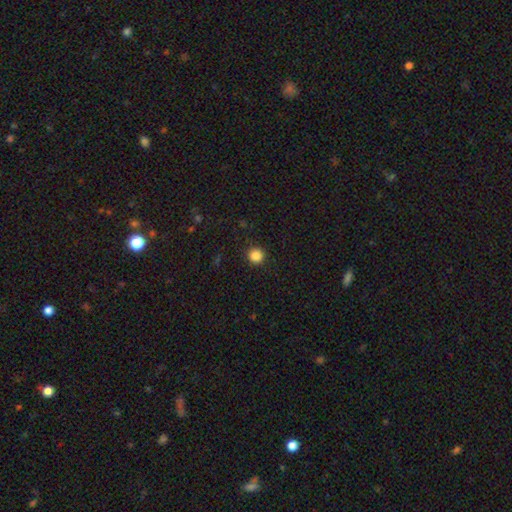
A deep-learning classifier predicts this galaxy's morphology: Smooth or featured?
  - smooth: 86% *
  - star or artifact: 11%
  - featured or disk: 3%
How rounded?
  - round: 95% *
  - in between: 4%
  - cigar-shaped: 1%
Merging?
  - none: 92% *
  - minor disturbance: 5%
  - major disturbance: 2%
  - merger: 1%